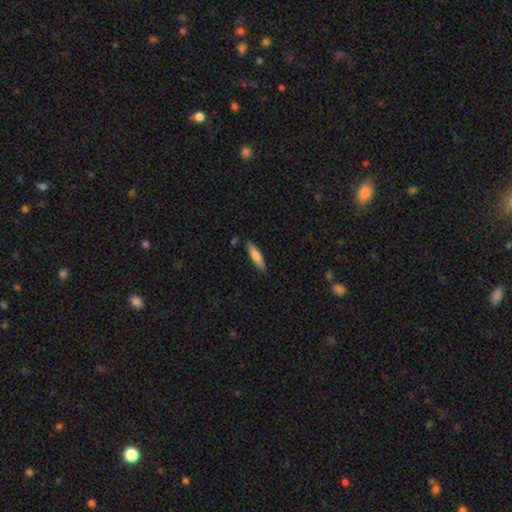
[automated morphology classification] smooth_or_featured: smooth (p=0.71) [alt: featured or disk p=0.23]
how_rounded: cigar-shaped (p=0.73) [alt: in between p=0.26]
merging: none (p=0.86) [alt: minor disturbance p=0.10]